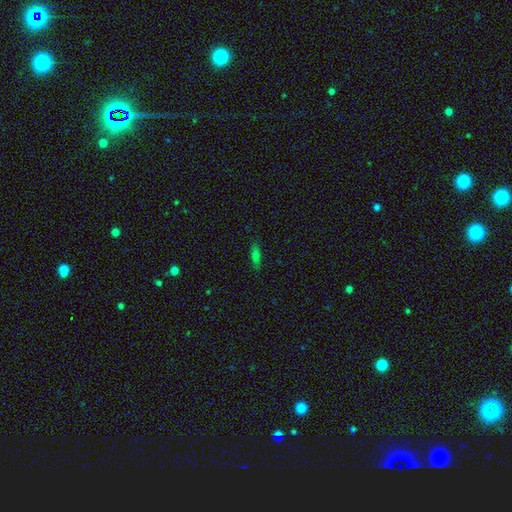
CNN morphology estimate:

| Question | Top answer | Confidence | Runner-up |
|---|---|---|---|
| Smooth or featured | smooth | 71% | featured or disk (15%) |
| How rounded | cigar-shaped | 50% | in between (47%) |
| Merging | none | 83% | minor disturbance (13%) |